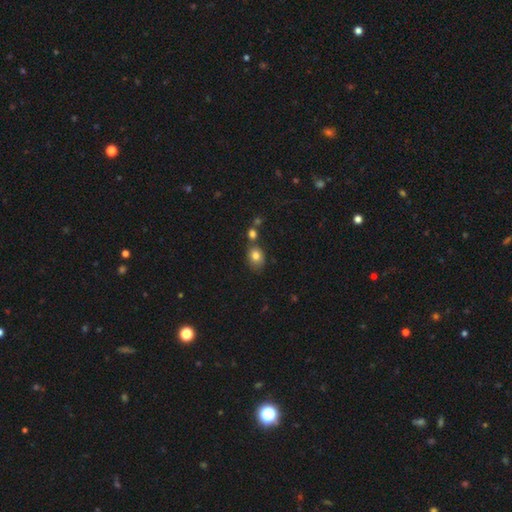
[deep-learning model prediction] Overall: smooth (79%). How rounded: in between (63%; round 36%). Merging: none (59%; merger 19%).